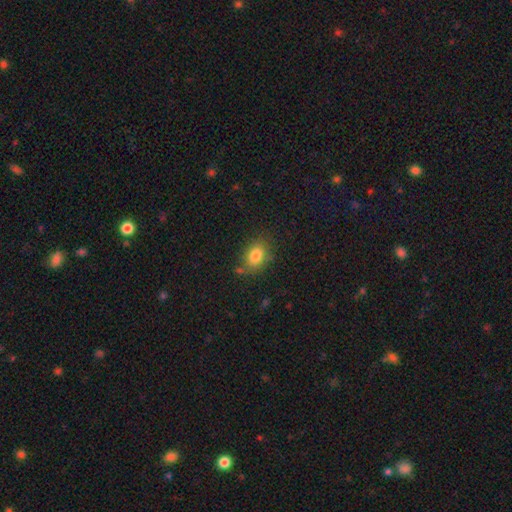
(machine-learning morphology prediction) smooth_or_featured: smooth (p=0.82) [alt: star or artifact p=0.10]
how_rounded: in between (p=0.74) [alt: round p=0.25]
merging: none (p=0.72) [alt: minor disturbance p=0.18]